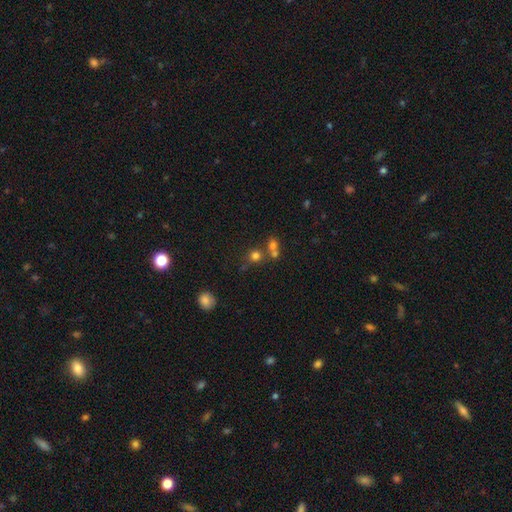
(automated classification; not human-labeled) Smooth or featured: smooth — 71% (star or artifact — 18%)
How rounded: round — 84% (in between — 15%)
Merging: none — 49% (merger — 39%)